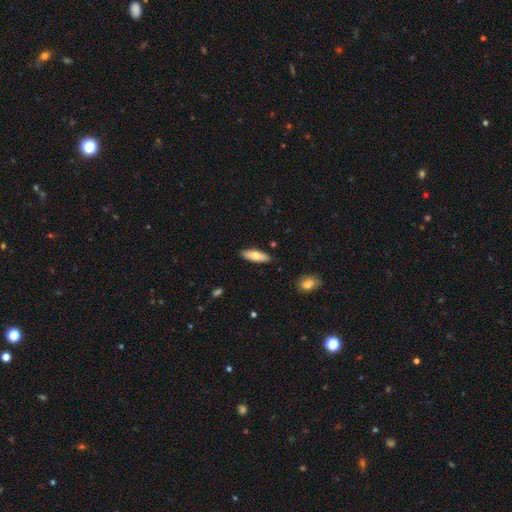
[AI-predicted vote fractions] Overall: smooth (72%). How rounded: in between (59%; cigar-shaped 39%). Merging: none (87%).